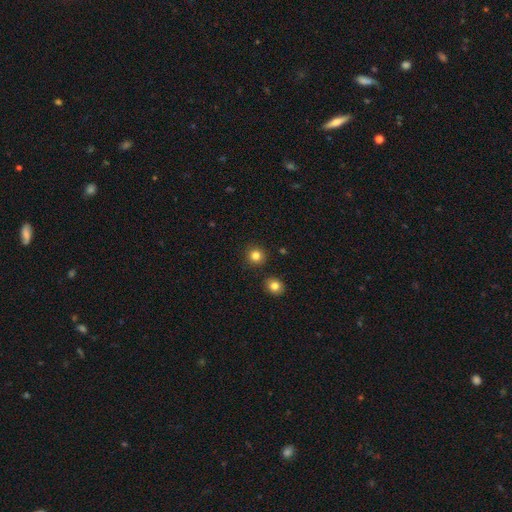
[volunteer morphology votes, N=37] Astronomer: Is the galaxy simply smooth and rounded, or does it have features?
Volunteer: smooth — 95%.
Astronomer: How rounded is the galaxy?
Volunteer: round — 94%.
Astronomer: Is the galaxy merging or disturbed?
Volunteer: none — 92%.